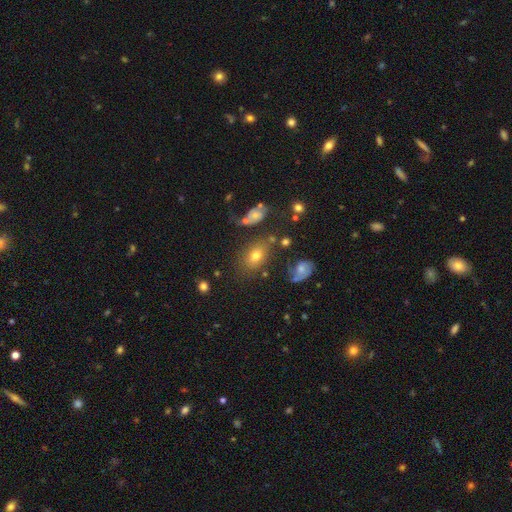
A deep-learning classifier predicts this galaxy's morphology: smooth 69%, featured or disk 17%, star or artifact 14%. Down the decision tree: how rounded — in between (78%); merging — none (64%).